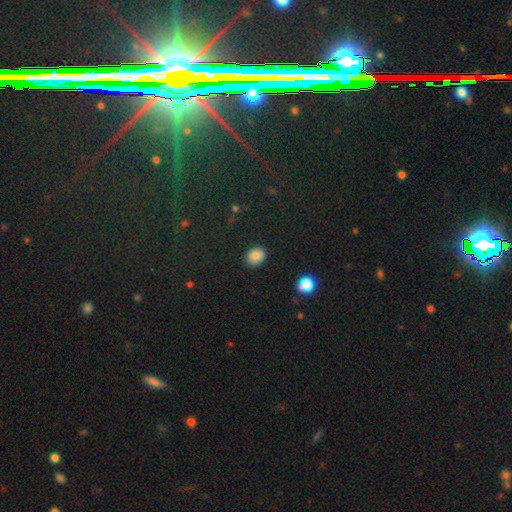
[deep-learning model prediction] Smooth or featured? Predicted: smooth (p=0.85). How rounded? Predicted: in between (p=0.59). Merging? Predicted: none (p=0.86).